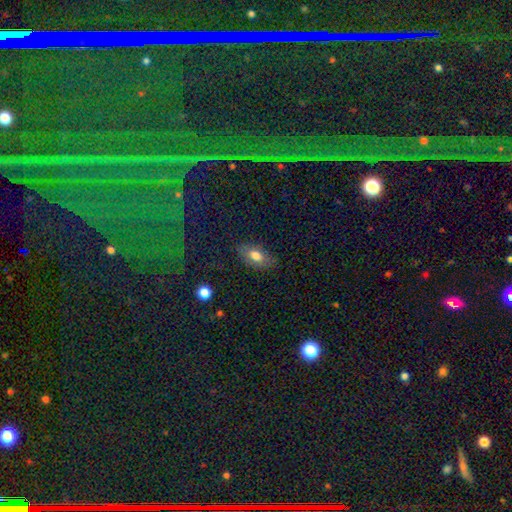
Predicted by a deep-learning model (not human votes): Overall: smooth (75%). How rounded: in between (87%). Merging: none (79%).